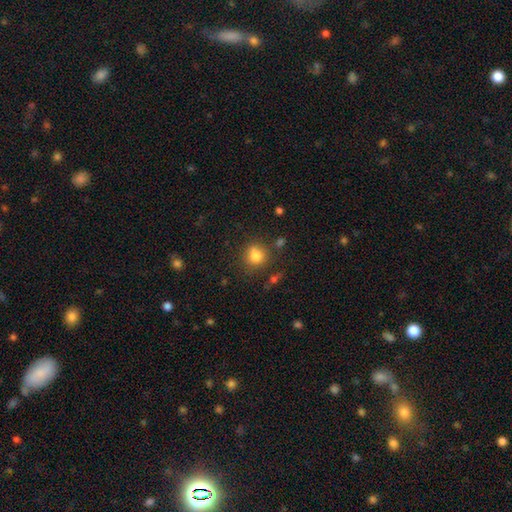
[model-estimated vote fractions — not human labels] Morphology: type=smooth (81%); roundness=round (83%); merging=none (72%).